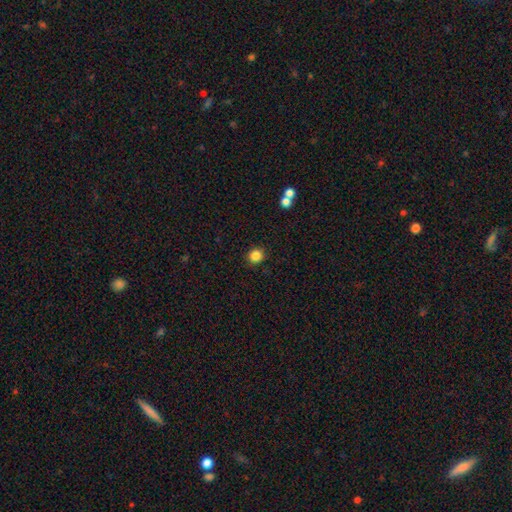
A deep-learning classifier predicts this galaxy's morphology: This is clearly a smooth galaxy (85%). How rounded: clearly round (90%). Merging: clearly none (91%).